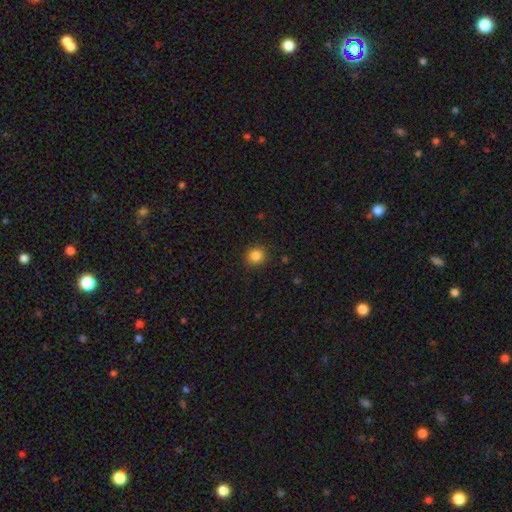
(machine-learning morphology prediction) Smooth or featured: smooth — 85% (star or artifact — 11%)
How rounded: round — 86% (in between — 13%)
Merging: none — 90% (minor disturbance — 7%)